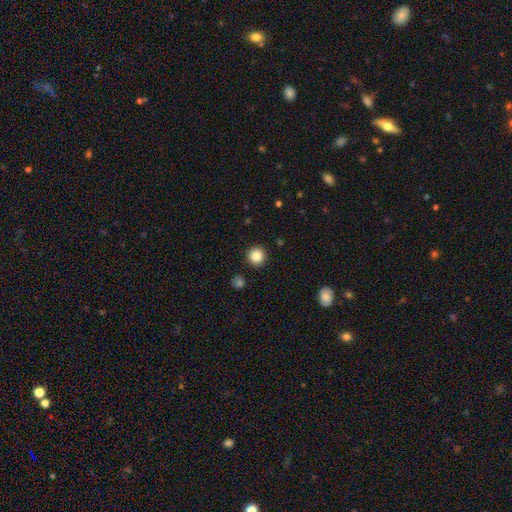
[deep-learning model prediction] Overall: smooth (86%). How rounded: round (95%). Merging: none (92%).